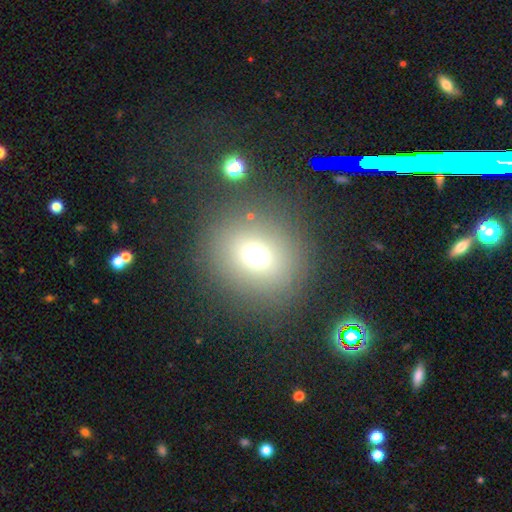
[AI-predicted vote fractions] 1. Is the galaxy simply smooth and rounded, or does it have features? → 69% smooth, 20% star or artifact, 11% featured or disk.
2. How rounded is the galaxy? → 80% round, 19% in between, 1% cigar-shaped.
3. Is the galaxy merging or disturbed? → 82% none, 9% minor disturbance, 5% major disturbance, 4% merger.